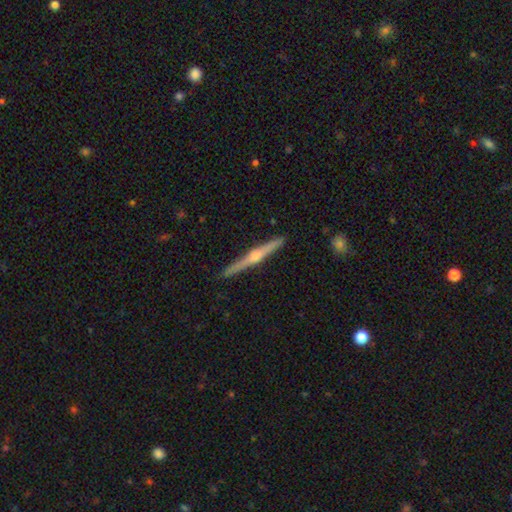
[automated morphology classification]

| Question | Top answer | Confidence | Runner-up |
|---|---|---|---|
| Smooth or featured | featured or disk | 80% | smooth (15%) |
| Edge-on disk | yes | 99% | no (1%) |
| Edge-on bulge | rounded | 90% | none (6%) |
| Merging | none | 92% | minor disturbance (5%) |